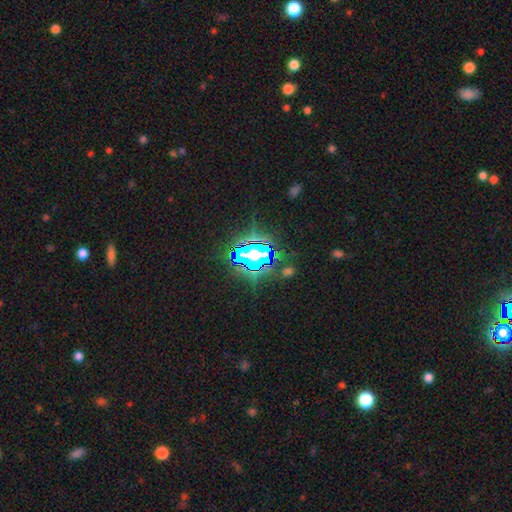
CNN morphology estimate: A star or artifact, not a galaxy (75%).